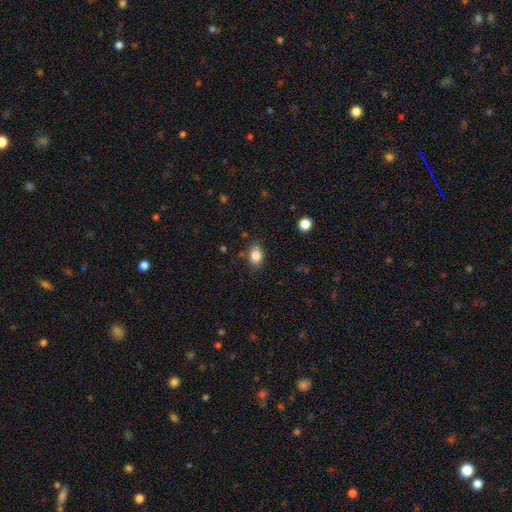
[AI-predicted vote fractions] A smooth galaxy with no disk features (85%) that is in between round and cigar-shaped (74%). Merging: none (82%).